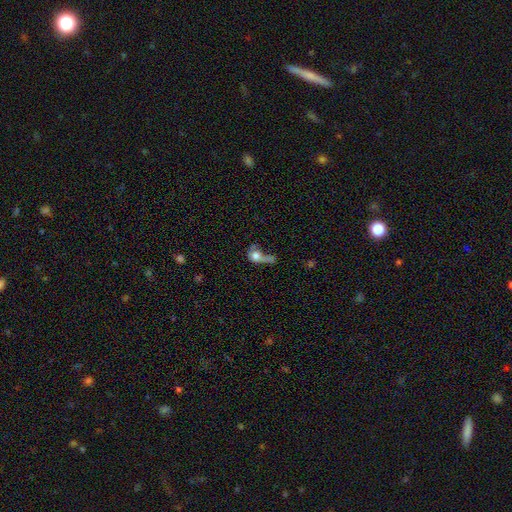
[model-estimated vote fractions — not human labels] smooth 60%, featured or disk 29%, star or artifact 11%. Down the decision tree: how rounded — round (48%); merging — major disturbance (43%).